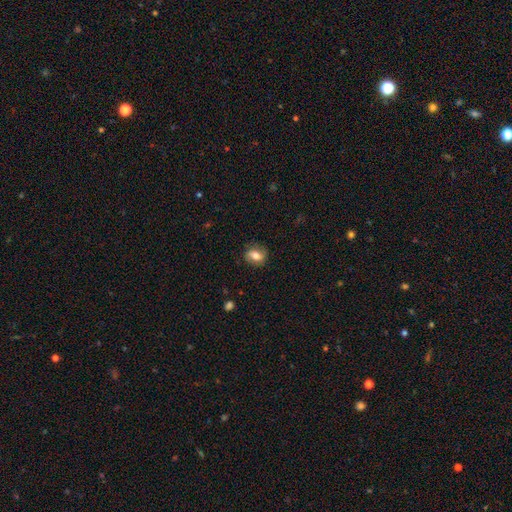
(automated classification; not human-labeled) Smooth or featured? Predicted: smooth (p=0.62). How rounded? Predicted: in between (p=0.56). Merging? Predicted: none (p=0.81).